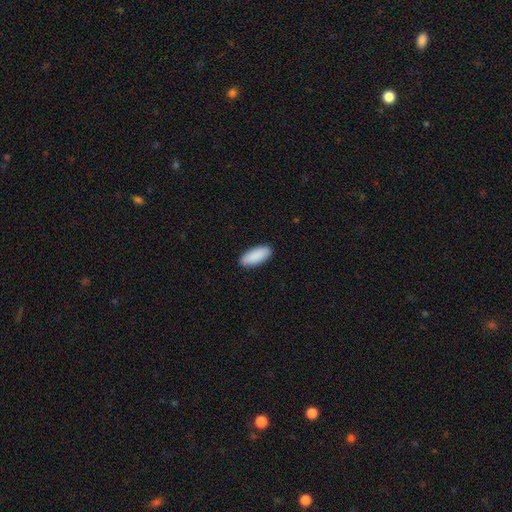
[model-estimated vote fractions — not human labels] A smooth galaxy with no disk features (91%) that is in between round and cigar-shaped (86%).

Vote fractions:
- Smooth or featured? smooth: 91% / star or artifact: 5% / featured or disk: 4%
- How rounded? in between: 86% / cigar-shaped: 13% / round: 2%
- Merging? none: 89% / minor disturbance: 9% / major disturbance: 2% / merger: 1%